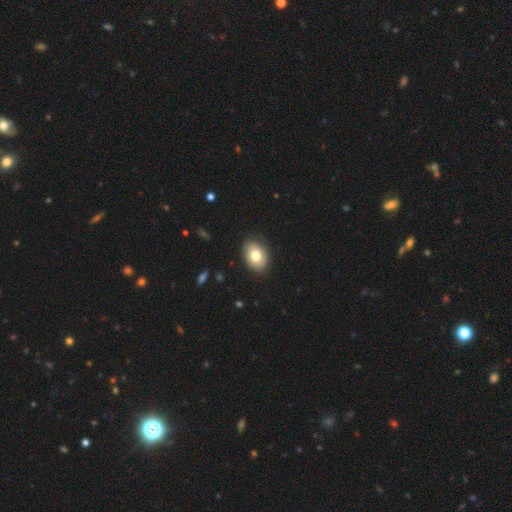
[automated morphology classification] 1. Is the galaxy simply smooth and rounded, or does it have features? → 79% smooth, 13% featured or disk, 7% star or artifact.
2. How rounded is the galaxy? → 80% in between, 19% round, 1% cigar-shaped.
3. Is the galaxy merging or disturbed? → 86% none, 11% minor disturbance, 2% major disturbance, 1% merger.